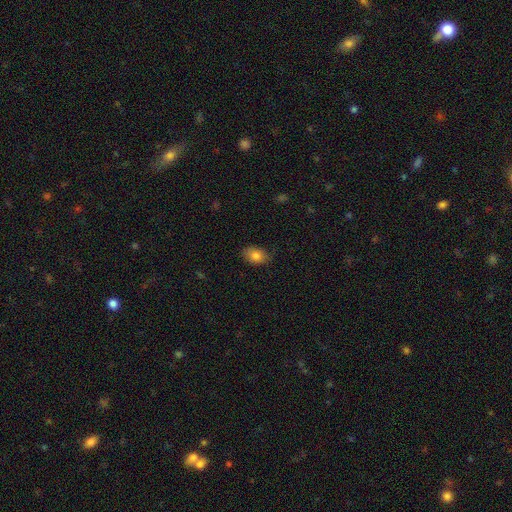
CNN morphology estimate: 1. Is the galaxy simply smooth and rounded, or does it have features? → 83% smooth, 9% star or artifact, 9% featured or disk.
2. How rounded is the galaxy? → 83% in between, 16% round, 1% cigar-shaped.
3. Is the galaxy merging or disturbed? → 82% none, 14% minor disturbance, 3% major disturbance, 1% merger.